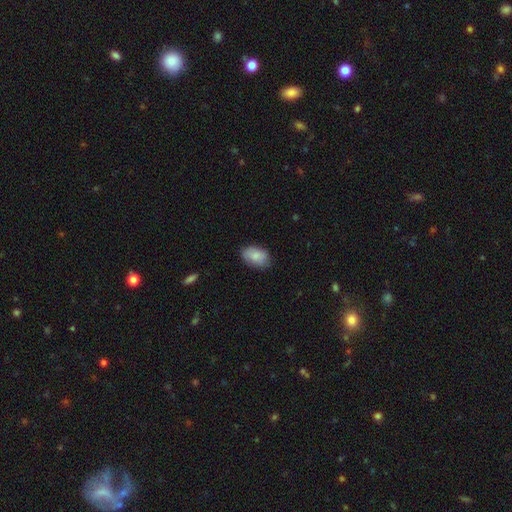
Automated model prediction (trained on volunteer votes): Smooth or featured? Predicted: smooth (p=0.85). How rounded? Predicted: in between (p=0.91). Merging? Predicted: none (p=0.78).